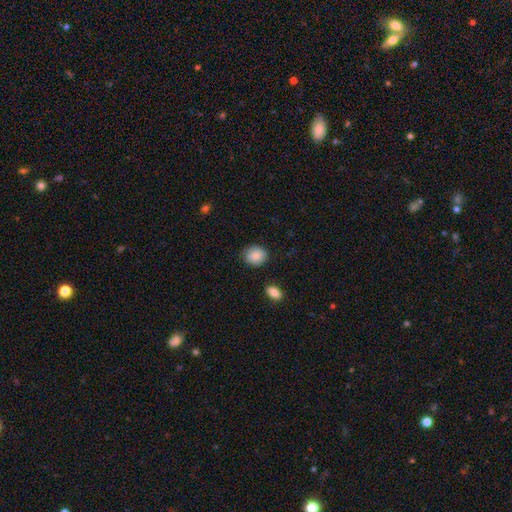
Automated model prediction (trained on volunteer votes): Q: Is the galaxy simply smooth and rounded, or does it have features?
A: smooth — 86%.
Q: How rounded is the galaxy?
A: round — 62%.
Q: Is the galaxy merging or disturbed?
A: none — 80%.